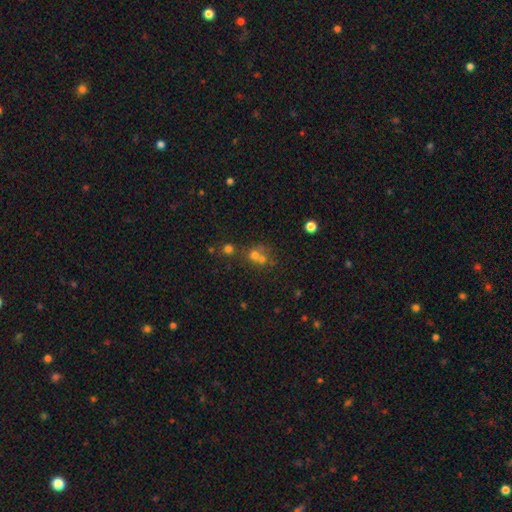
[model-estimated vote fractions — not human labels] This appears to be a smooth galaxy with no disk features (53%) that is round (80%). Merging: merger (45%).